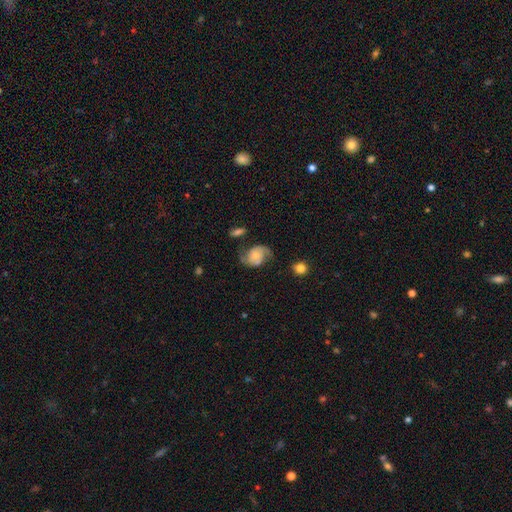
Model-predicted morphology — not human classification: Smooth or featured?
  - featured or disk: 75% *
  - smooth: 18%
  - star or artifact: 7%
Edge-on disk?
  - no: 97% *
  - yes: 3%
Bar?
  - no: 71% *
  - weak: 23%
  - strong: 5%
Spiral arms?
  - yes: 94% *
  - no: 6%
Spiral winding?
  - medium: 43% *
  - loose: 40%
  - tight: 17%
Spiral arm count?
  - 2: 91% *
  - can't tell: 4%
  - 1: 2%
  - 3: 1%
  - 4: 1%
  - more than 4: 1%
Bulge size?
  - small: 50% *
  - moderate: 37%
  - none: 6%
  - large: 5%
  - dominant: 2%
Merging?
  - none: 64% *
  - minor disturbance: 21%
  - major disturbance: 11%
  - merger: 4%